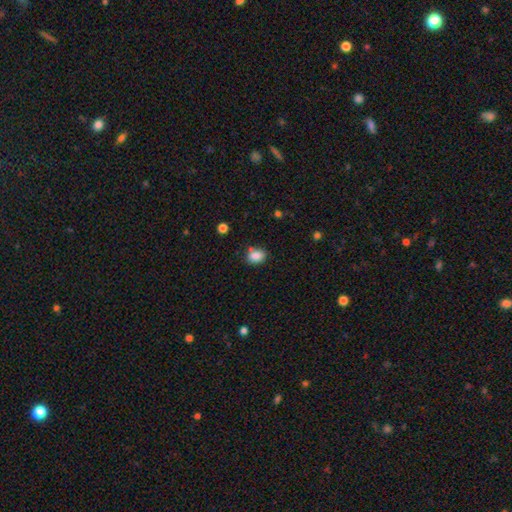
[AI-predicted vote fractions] smooth-or-featured: smooth: 85% | star or artifact: 10% | featured or disk: 5%
  how-rounded: in between: 63% | round: 36% | cigar-shaped: 1%
  merging: none: 71% | minor disturbance: 17% | merger: 8% | major disturbance: 4%